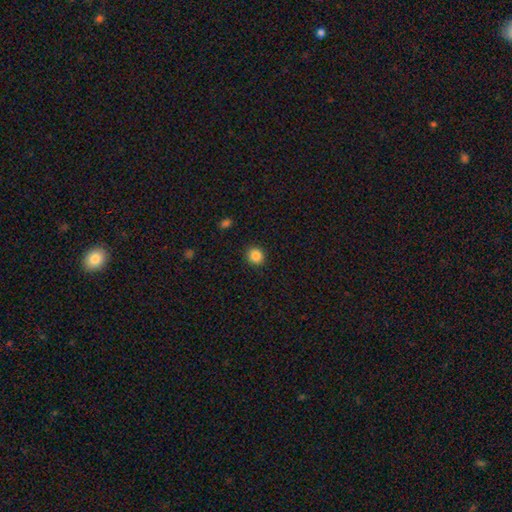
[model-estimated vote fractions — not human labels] smooth_or_featured: smooth (p=0.86) [alt: star or artifact p=0.10]
how_rounded: round (p=0.87) [alt: in between p=0.12]
merging: none (p=0.92) [alt: minor disturbance p=0.06]